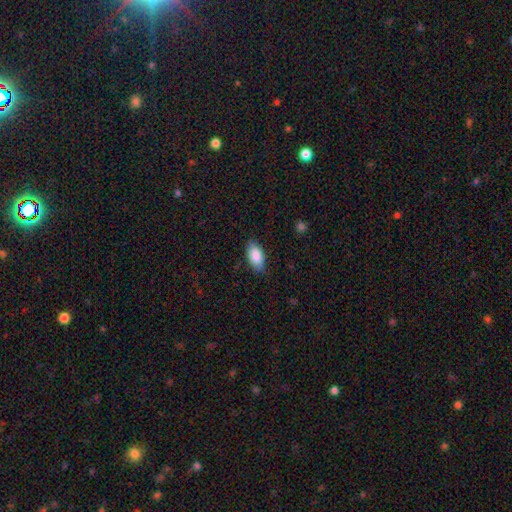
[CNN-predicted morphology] Smooth or featured?
  - smooth: 87% *
  - featured or disk: 6%
  - star or artifact: 6%
How rounded?
  - in between: 93% *
  - cigar-shaped: 4%
  - round: 3%
Merging?
  - none: 82% *
  - minor disturbance: 14%
  - major disturbance: 3%
  - merger: 1%